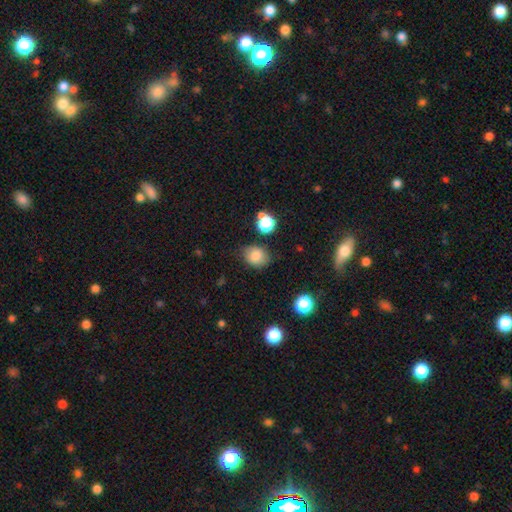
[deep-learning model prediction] Smooth or featured?
  - smooth: 81% *
  - star or artifact: 11%
  - featured or disk: 8%
How rounded?
  - in between: 54% *
  - round: 45%
  - cigar-shaped: 1%
Merging?
  - none: 74% *
  - minor disturbance: 18%
  - major disturbance: 4%
  - merger: 4%